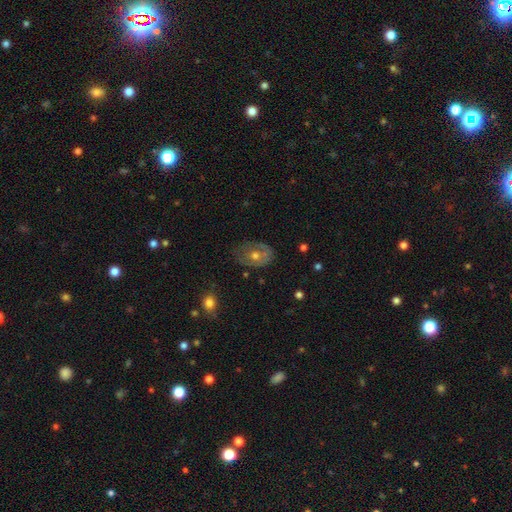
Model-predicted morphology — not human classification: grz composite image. It shows a featured or disk galaxy (52%). Merging: none (65%).